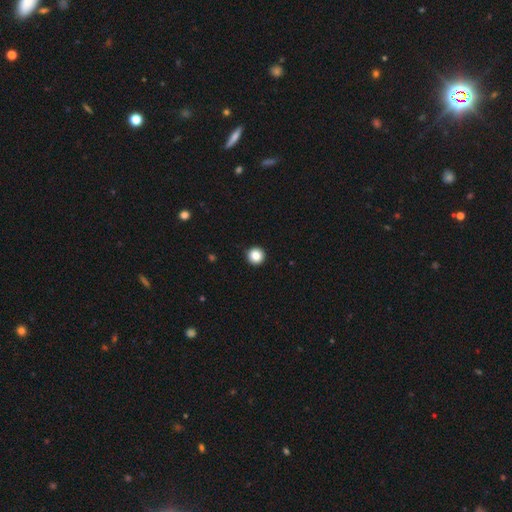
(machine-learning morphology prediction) This appears to be a smooth galaxy with no disk features (86%) that is round (96%). Merging: none (94%).